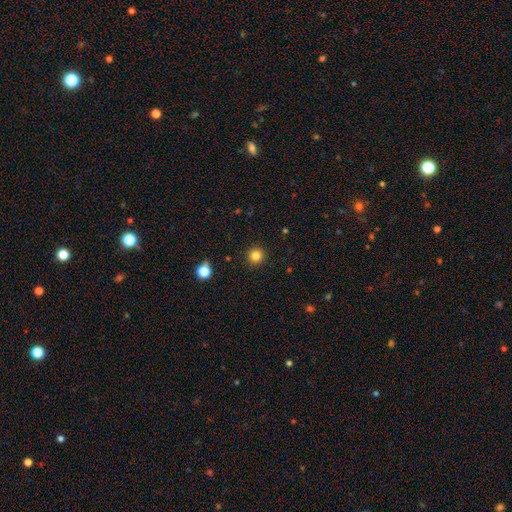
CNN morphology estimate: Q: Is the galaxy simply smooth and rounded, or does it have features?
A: smooth — 83%.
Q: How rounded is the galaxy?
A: round — 95%.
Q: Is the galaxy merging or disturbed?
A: none — 92%.